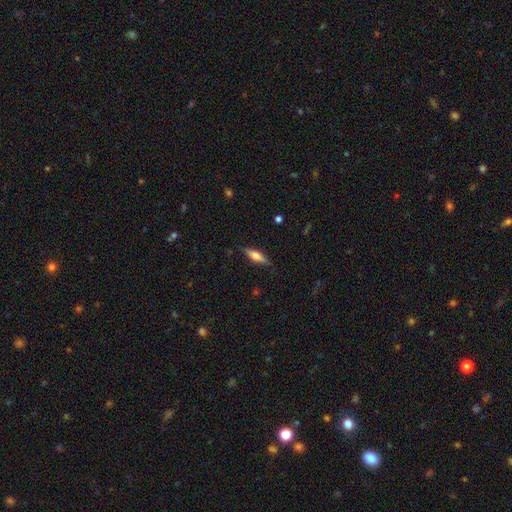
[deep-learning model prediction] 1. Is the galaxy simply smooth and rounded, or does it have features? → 47% smooth, 46% featured or disk, 7% star or artifact.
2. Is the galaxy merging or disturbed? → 82% none, 14% minor disturbance, 3% major disturbance, 1% merger.